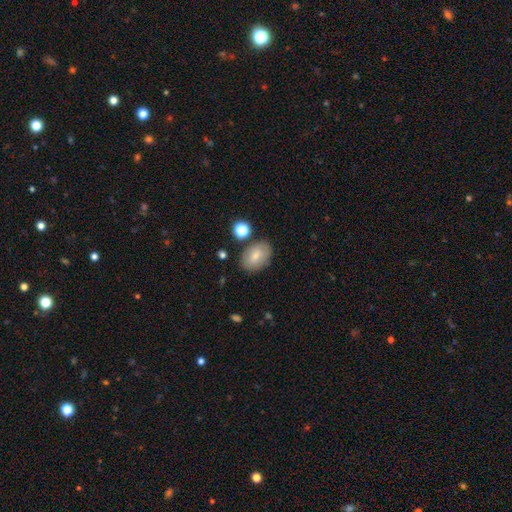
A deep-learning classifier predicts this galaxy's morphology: type=smooth (71%); roundness=in between (83%); merging=none (78%).